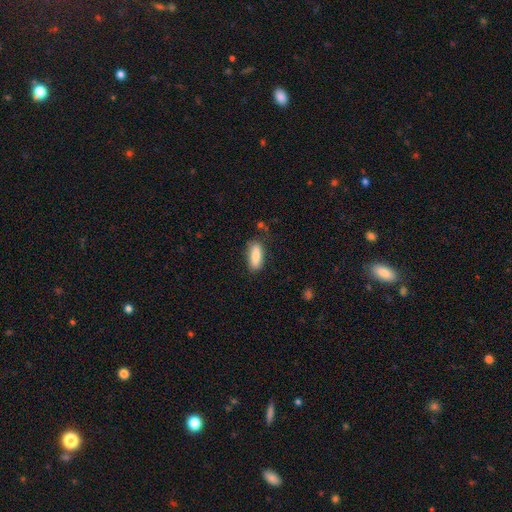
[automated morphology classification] Smooth or featured: smooth — 84% (featured or disk — 9%)
How rounded: in between — 70% (cigar-shaped — 28%)
Merging: none — 76% (minor disturbance — 18%)